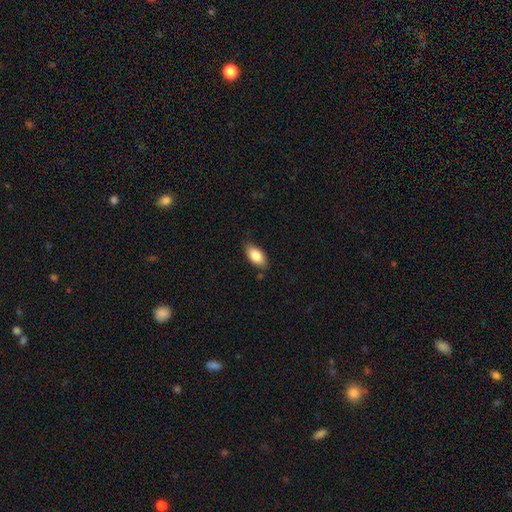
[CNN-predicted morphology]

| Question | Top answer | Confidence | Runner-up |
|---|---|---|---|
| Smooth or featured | smooth | 84% | featured or disk (10%) |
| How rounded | in between | 92% | cigar-shaped (5%) |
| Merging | none | 81% | minor disturbance (15%) |